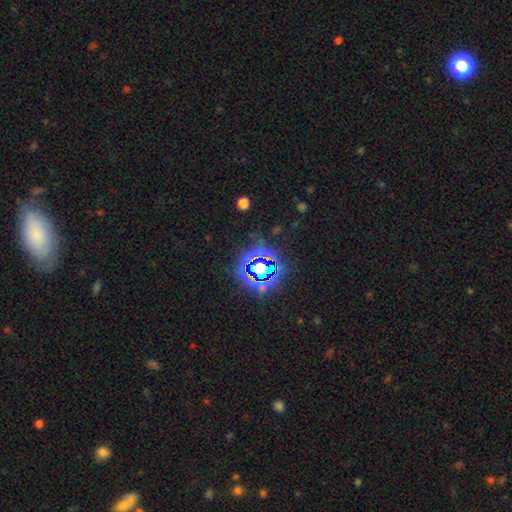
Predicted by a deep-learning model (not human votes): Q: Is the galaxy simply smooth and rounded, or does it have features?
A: star or artifact — 78%.